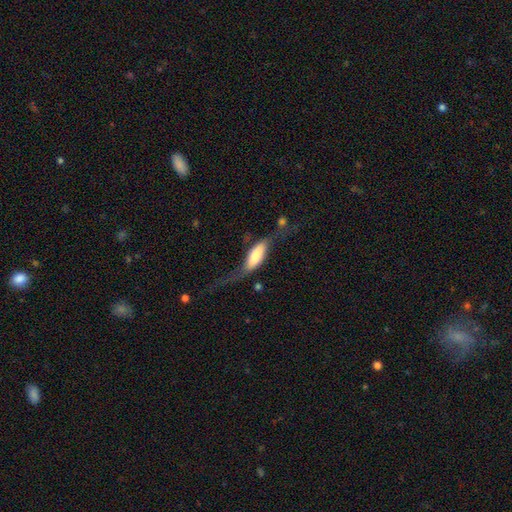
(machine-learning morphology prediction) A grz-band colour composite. It shows a smooth galaxy with no disk features (57%) that is in between round and cigar-shaped (62%). Merging: major disturbance (40%).